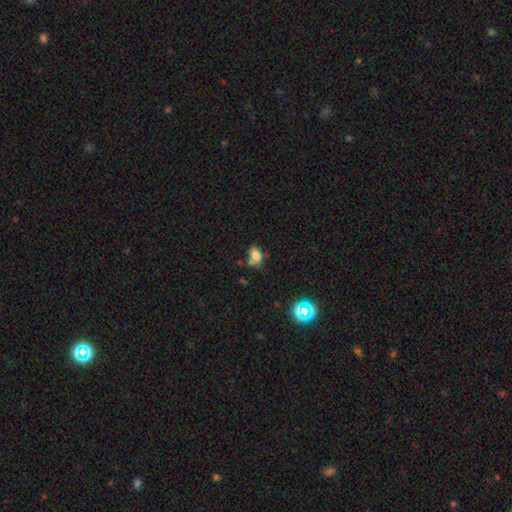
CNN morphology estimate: Smooth or featured? smooth (73%)
How rounded? in between (70%)
Merging? none (47%)